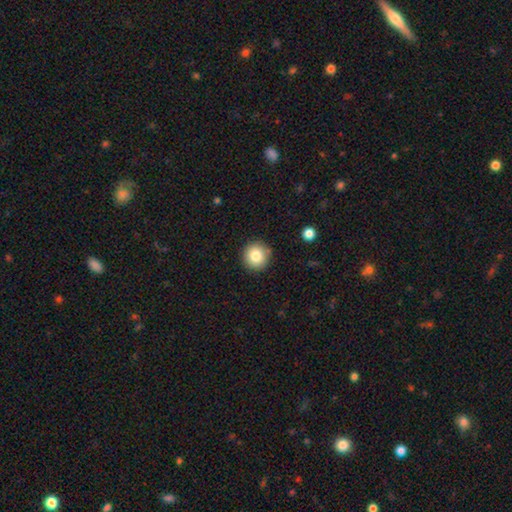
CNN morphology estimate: Smooth or featured? Predicted: smooth (p=0.82). How rounded? Predicted: round (p=0.94). Merging? Predicted: none (p=0.88).